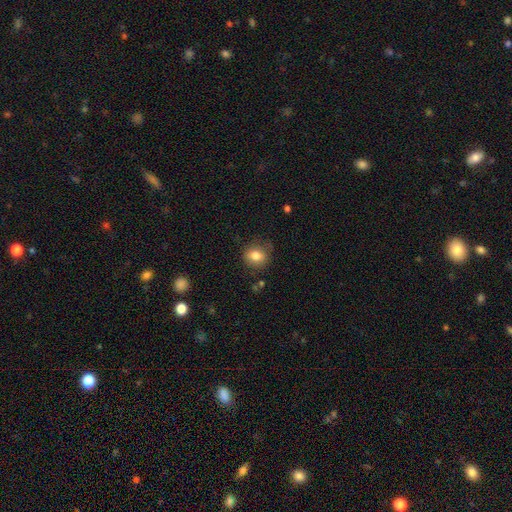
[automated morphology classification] This is clearly a smooth galaxy (81%). How rounded: likely round (63%). Merging: likely none (77%).